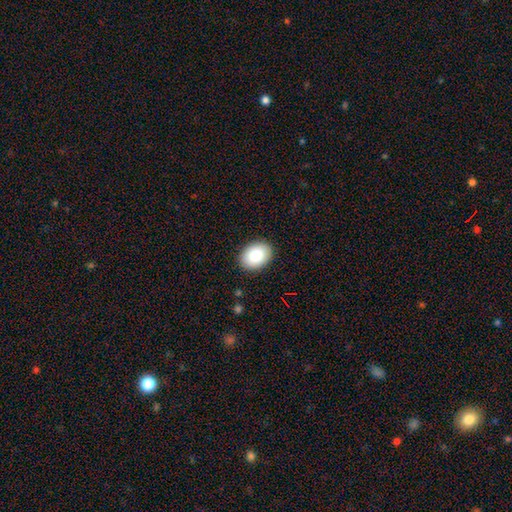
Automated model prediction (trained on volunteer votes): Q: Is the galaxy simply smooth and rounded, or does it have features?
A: smooth — 85%.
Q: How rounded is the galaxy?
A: in between — 77%.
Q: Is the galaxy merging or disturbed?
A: none — 90%.